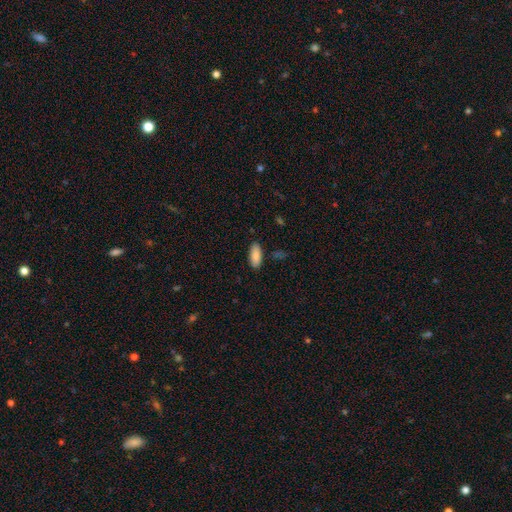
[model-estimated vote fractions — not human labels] The model was most divided on "how rounded": in between: 82%, cigar-shaped: 16%, round: 2%. More confident: smooth or featured — smooth (88%); merging — none (86%).